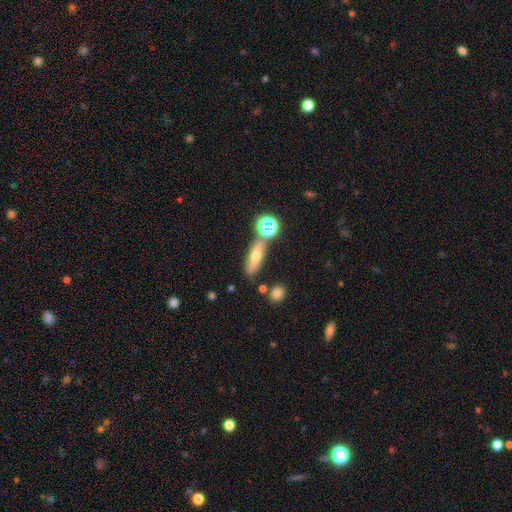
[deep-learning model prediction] This is possibly a smooth galaxy (57%). How rounded: possibly in between (46%, tied with cigar-shaped). Merging: likely none (73%).